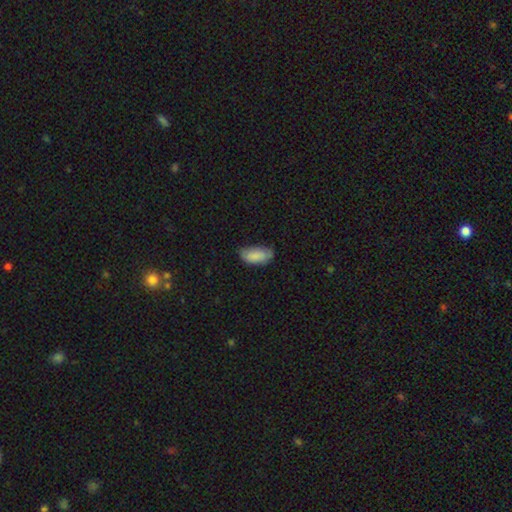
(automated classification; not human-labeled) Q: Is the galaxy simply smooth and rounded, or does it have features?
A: smooth — 84%.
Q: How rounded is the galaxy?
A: in between — 91%.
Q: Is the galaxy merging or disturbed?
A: none — 62%.